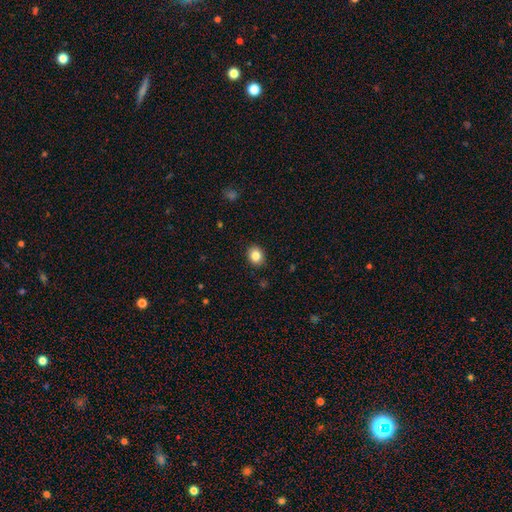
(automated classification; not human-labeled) A smooth galaxy with no disk features (84%) that is round (55%).

Vote fractions:
- Smooth or featured? smooth: 84% / star or artifact: 10% / featured or disk: 7%
- How rounded? round: 55% / in between: 44% / cigar-shaped: 1%
- Merging? none: 89% / minor disturbance: 8% / major disturbance: 2% / merger: 1%